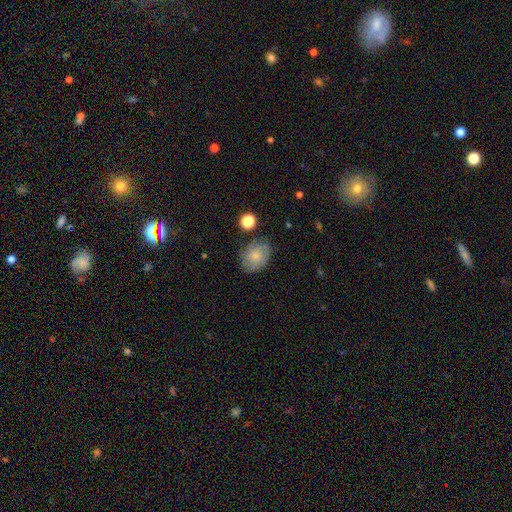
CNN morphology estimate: Smooth or featured?
  - smooth: 62% *
  - featured or disk: 29%
  - star or artifact: 10%
How rounded?
  - in between: 61% *
  - round: 38%
  - cigar-shaped: 1%
Merging?
  - none: 70% *
  - minor disturbance: 21%
  - major disturbance: 6%
  - merger: 3%